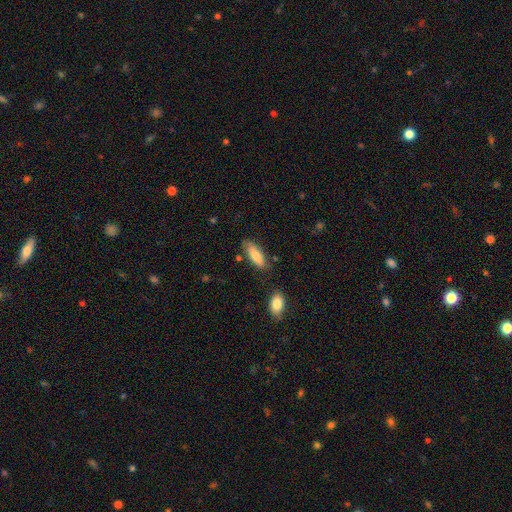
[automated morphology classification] smooth 78%, featured or disk 16%, star or artifact 6%. Down the decision tree: how rounded — in between (68%); merging — none (74%).